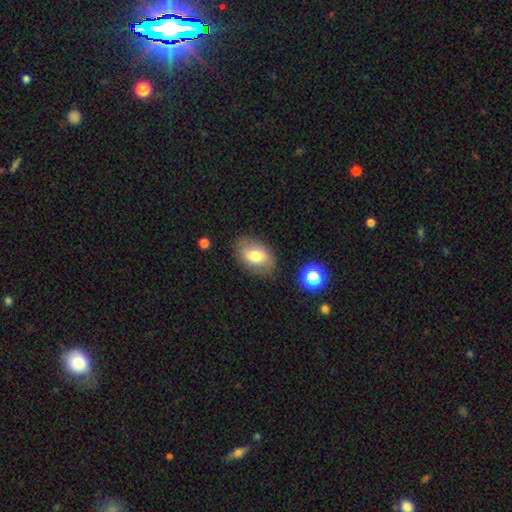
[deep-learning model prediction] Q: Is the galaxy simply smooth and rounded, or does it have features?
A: smooth — 70%.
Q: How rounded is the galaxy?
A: in between — 86%.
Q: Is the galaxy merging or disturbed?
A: none — 80%.